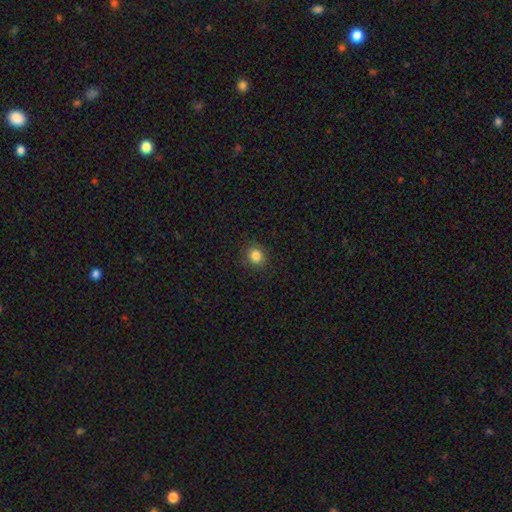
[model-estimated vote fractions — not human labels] Smooth or featured?
  - smooth: 84% *
  - star or artifact: 11%
  - featured or disk: 5%
How rounded?
  - round: 82% *
  - in between: 17%
  - cigar-shaped: 1%
Merging?
  - none: 88% *
  - minor disturbance: 8%
  - major disturbance: 3%
  - merger: 1%